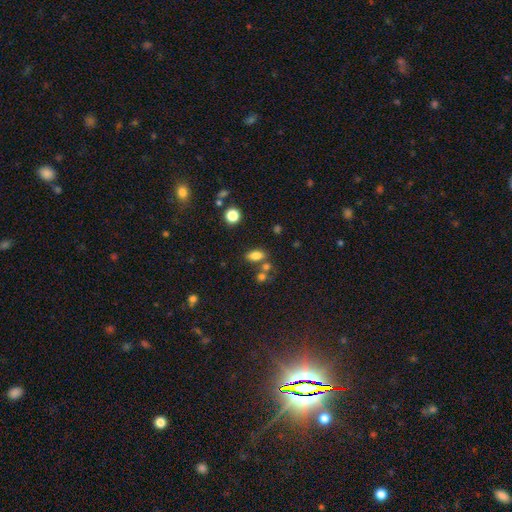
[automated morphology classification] A smooth galaxy with no disk features (79%) that is in between round and cigar-shaped (85%). Merging: none (64%).